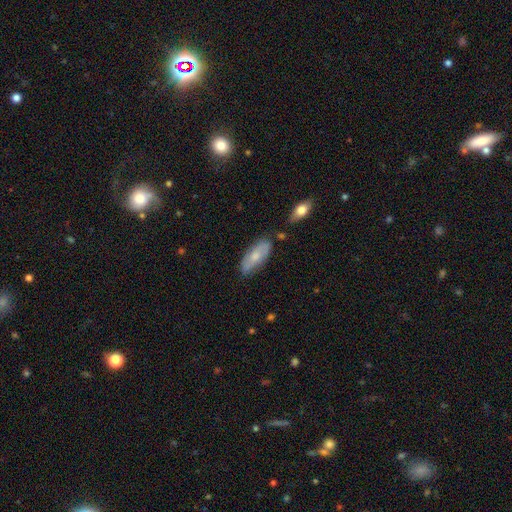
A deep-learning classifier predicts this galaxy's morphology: Q: Smooth or featured?
A: smooth (60%); runner-up: featured or disk (34%)
Q: How rounded?
A: in between (75%); runner-up: cigar-shaped (23%)
Q: Merging?
A: none (73%); runner-up: minor disturbance (18%)